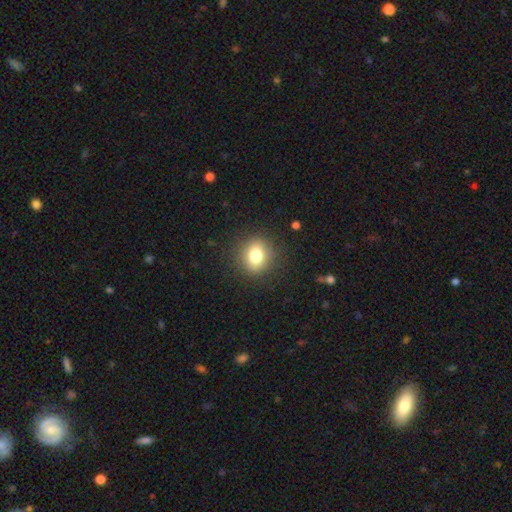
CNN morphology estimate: smooth-or-featured: smooth: 78% | star or artifact: 12% | featured or disk: 11%
  how-rounded: round: 71% | in between: 28% | cigar-shaped: 1%
  merging: none: 88% | minor disturbance: 8% | major disturbance: 3% | merger: 1%